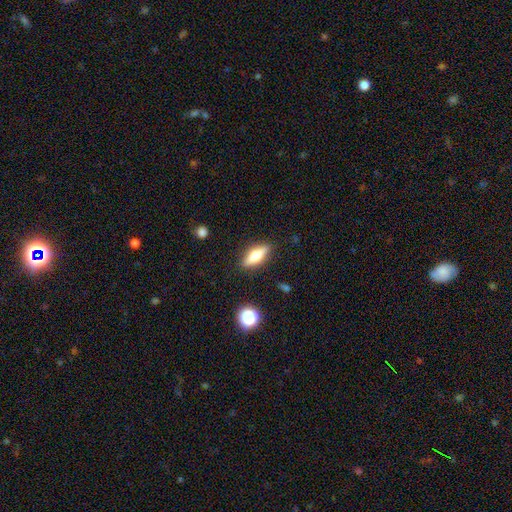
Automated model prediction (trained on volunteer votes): Morphology: type=featured or disk (47%); merging=none (87%).